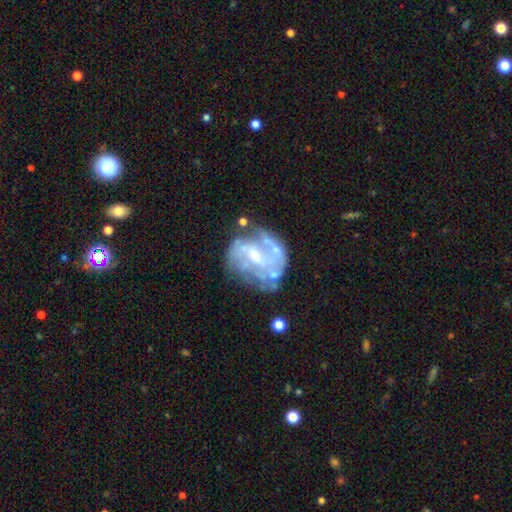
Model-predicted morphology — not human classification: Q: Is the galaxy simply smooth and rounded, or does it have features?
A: featured or disk — 85%.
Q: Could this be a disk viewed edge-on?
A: no — 98%.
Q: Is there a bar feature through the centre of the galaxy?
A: weak — 46%.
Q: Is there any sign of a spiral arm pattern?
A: yes — 86%.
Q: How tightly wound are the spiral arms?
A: medium — 45%.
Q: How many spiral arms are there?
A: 2 — 50%.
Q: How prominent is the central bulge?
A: small — 50%.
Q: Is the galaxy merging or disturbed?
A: none — 54%.